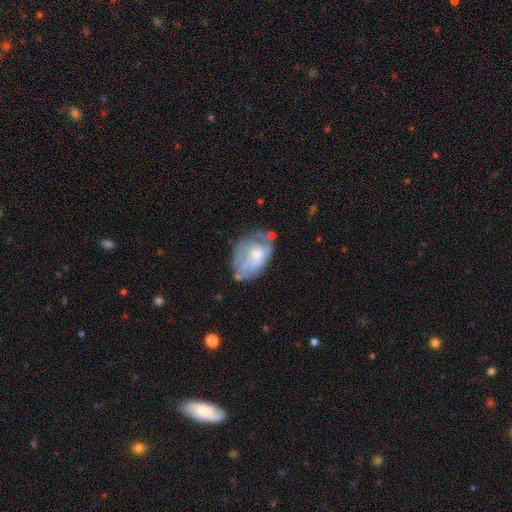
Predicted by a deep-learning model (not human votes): A featured or disk galaxy (58%) with no bar (76%), spiral arms (54%) and a moderate central bulge (48%).

Vote fractions:
- Smooth or featured? featured or disk: 58% / smooth: 35% / star or artifact: 7%
- Edge-on disk? no: 96% / yes: 4%
- Bar? no: 76% / weak: 21% / strong: 3%
- Spiral arms? yes: 54% / no: 46%
- Bulge size? moderate: 48% / small: 27% / large: 12% / none: 11% / dominant: 2%
- Merging? none: 44% / minor disturbance: 29% / major disturbance: 20% / merger: 6%